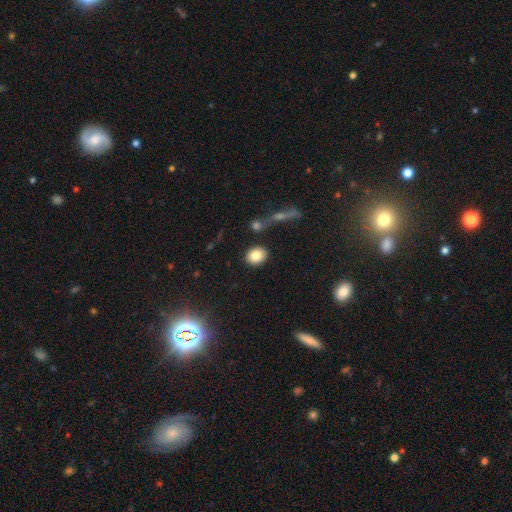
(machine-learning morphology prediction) This is clearly a smooth galaxy (84%). How rounded: possibly in between (52%). Merging: clearly none (84%).